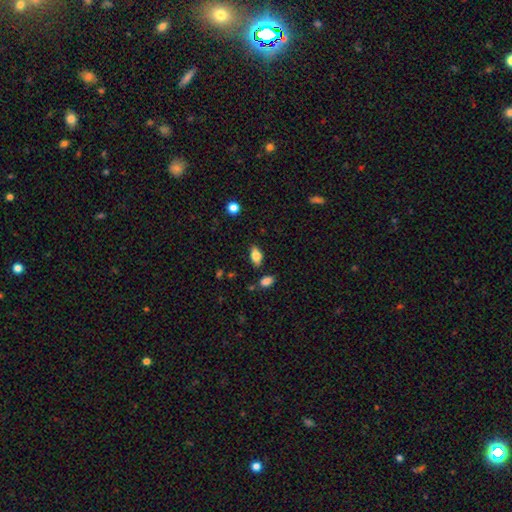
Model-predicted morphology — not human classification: Q: Smooth or featured?
A: smooth (75%); runner-up: featured or disk (17%)
Q: How rounded?
A: in between (87%); runner-up: cigar-shaped (9%)
Q: Merging?
A: none (80%); runner-up: minor disturbance (13%)